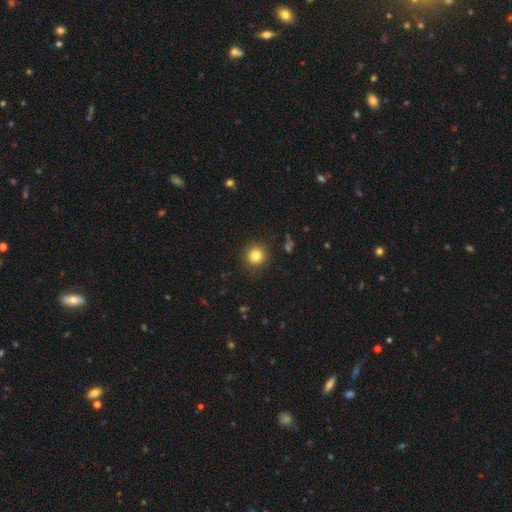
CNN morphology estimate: The model was most divided on "smooth or featured": smooth: 82%, star or artifact: 12%, featured or disk: 6%. More confident: how rounded — round (93%); merging — none (90%).